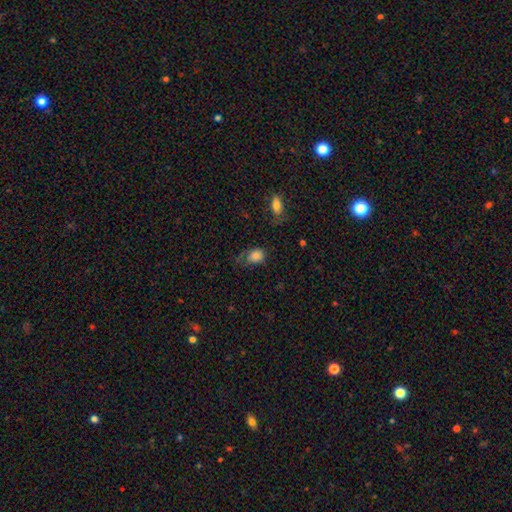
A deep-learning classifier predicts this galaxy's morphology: smooth 79%, featured or disk 12%, star or artifact 9%. Down the decision tree: how rounded — in between (71%); merging — none (42%).